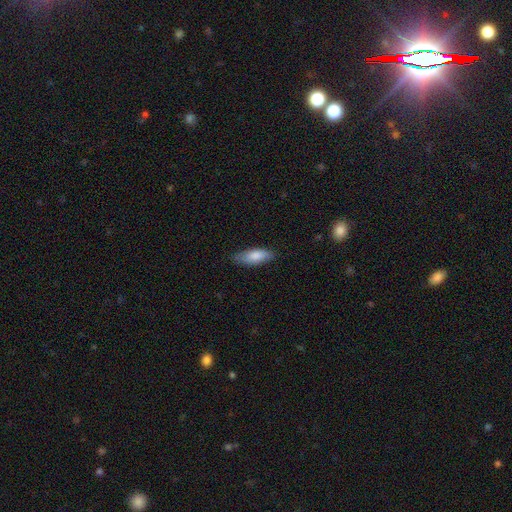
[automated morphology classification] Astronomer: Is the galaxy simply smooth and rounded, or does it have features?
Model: smooth — 83%.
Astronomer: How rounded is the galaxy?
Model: in between — 72%.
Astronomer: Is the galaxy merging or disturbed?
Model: none — 80%.